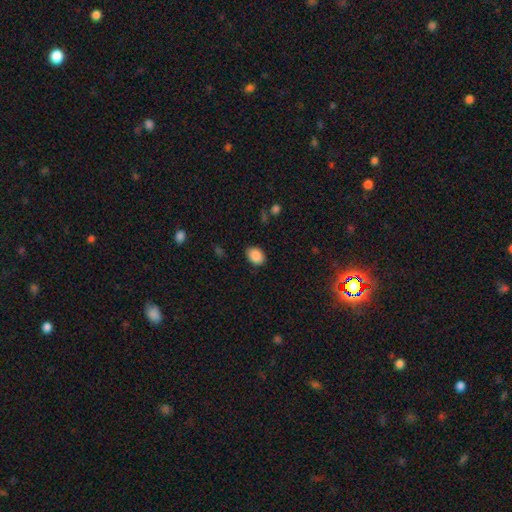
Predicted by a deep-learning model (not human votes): Morphology: type=smooth (88%); roundness=in between (69%); merging=none (84%).